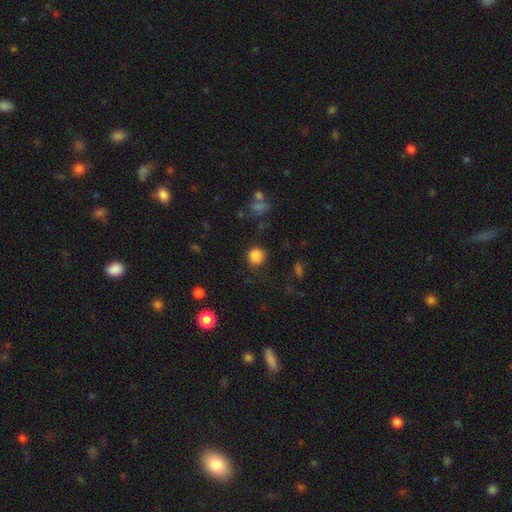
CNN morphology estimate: smooth_or_featured: smooth (p=0.85) [alt: star or artifact p=0.11]
how_rounded: round (p=0.88) [alt: in between p=0.11]
merging: none (p=0.81) [alt: minor disturbance p=0.13]